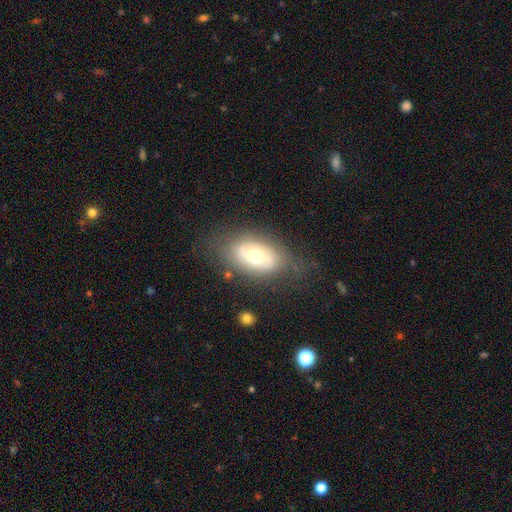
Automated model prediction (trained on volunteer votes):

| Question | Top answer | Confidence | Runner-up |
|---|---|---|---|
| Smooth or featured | featured or disk | 56% | smooth (37%) |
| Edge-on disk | no | 91% | yes (9%) |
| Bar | no | 61% | weak (28%) |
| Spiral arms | yes | 53% | no (47%) |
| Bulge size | moderate | 69% | large (17%) |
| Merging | none | 68% | minor disturbance (20%) |